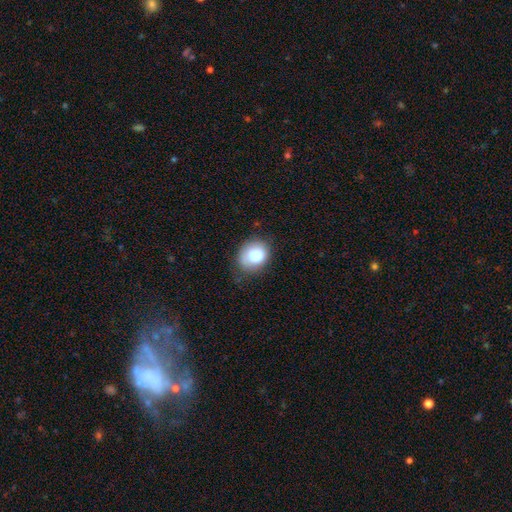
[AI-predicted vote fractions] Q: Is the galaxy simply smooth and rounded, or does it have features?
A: smooth — 79%.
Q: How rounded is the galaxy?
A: round — 58%.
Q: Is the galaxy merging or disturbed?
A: none — 71%.